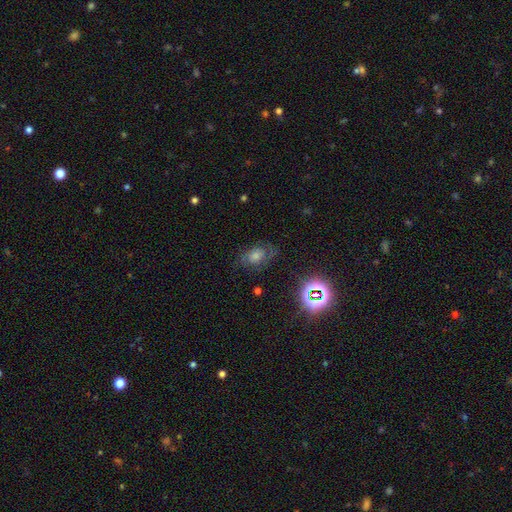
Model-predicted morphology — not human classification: featured or disk 44%, star or artifact 29%, smooth 27%. Down the decision tree: merging — none (71%).